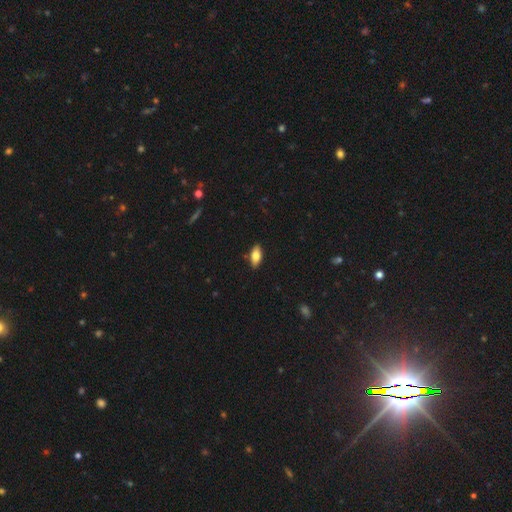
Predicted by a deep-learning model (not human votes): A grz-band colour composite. It shows a smooth galaxy with no disk features (77%) that is in between round and cigar-shaped (86%). Merging: none (87%).